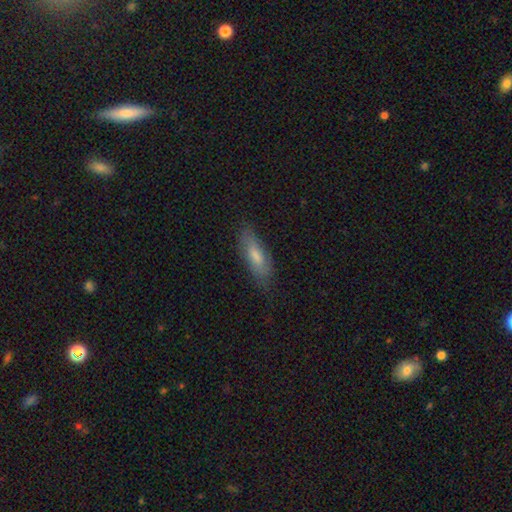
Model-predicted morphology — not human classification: Q: Smooth or featured?
A: smooth (68%); runner-up: featured or disk (25%)
Q: How rounded?
A: in between (52%); runner-up: cigar-shaped (46%)
Q: Merging?
A: none (77%); runner-up: minor disturbance (18%)